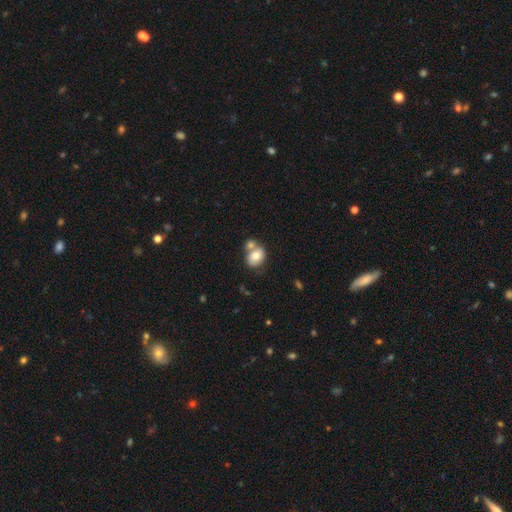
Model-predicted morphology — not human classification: smooth 77%, featured or disk 15%, star or artifact 8%. Down the decision tree: how rounded — in between (65%); merging — merger (47%).